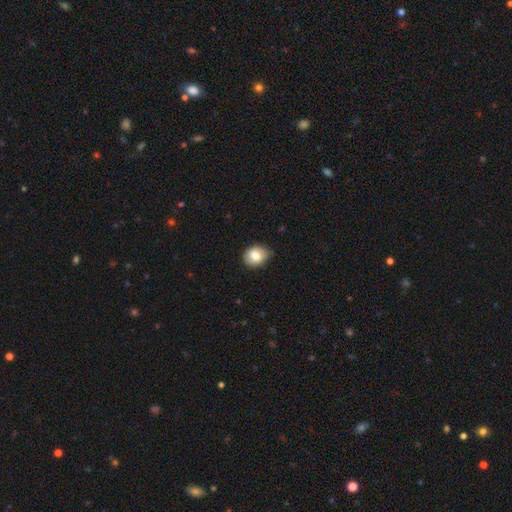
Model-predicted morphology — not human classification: A smooth galaxy with no disk features (82%) that is in between round and cigar-shaped (53%). Merging: none (80%).